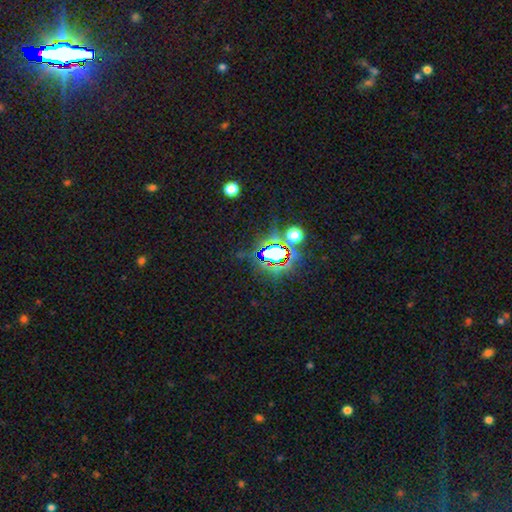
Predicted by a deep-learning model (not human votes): Q: Smooth or featured?
A: star or artifact (80%); runner-up: smooth (12%)